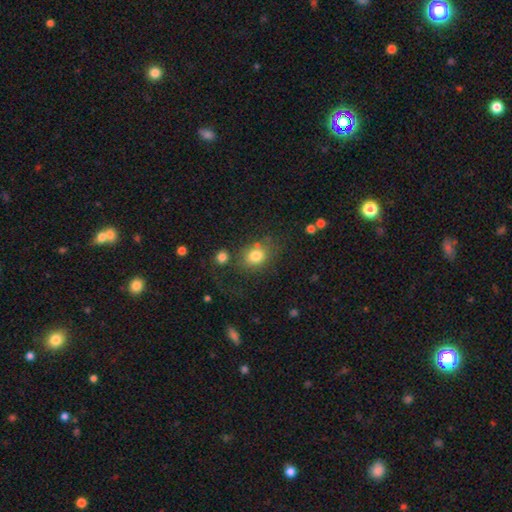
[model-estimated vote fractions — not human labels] Smooth or featured? smooth (80%)
How rounded? round (52%)
Merging? none (63%)